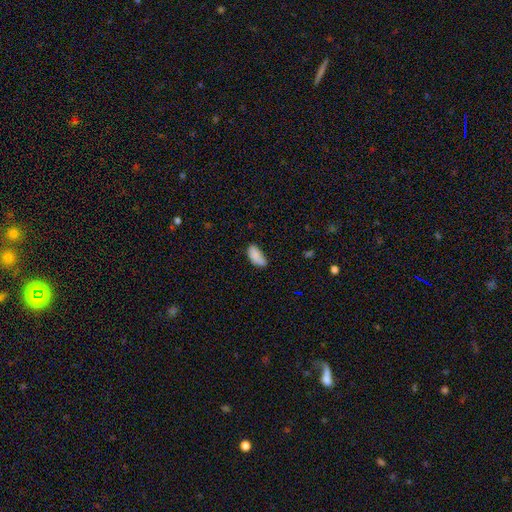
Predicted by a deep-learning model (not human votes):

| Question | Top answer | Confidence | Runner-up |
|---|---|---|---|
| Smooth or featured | smooth | 84% | featured or disk (9%) |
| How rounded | in between | 91% | cigar-shaped (7%) |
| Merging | none | 57% | minor disturbance (33%) |